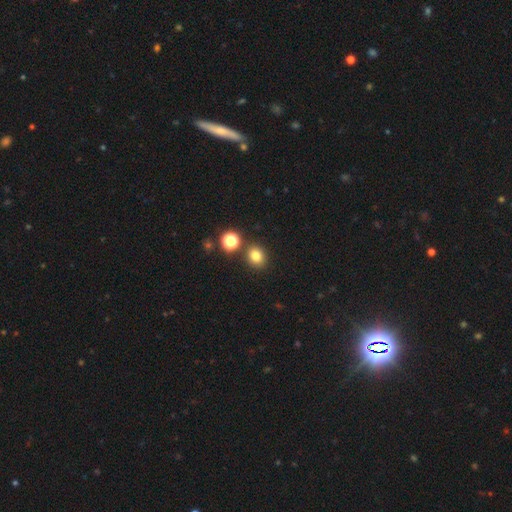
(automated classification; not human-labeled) Morphology: type=smooth (79%); roundness=round (66%); merging=none (82%).